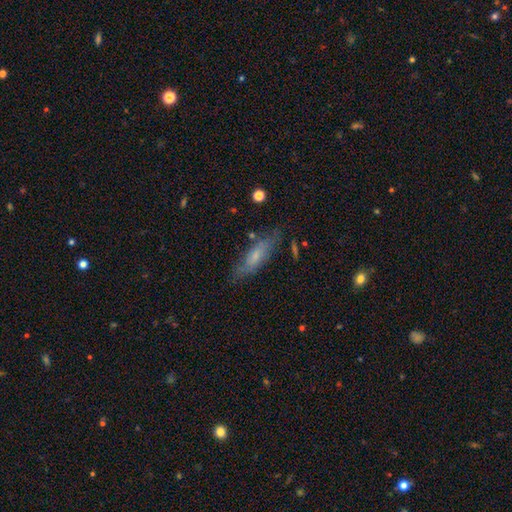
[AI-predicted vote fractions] Q: Smooth or featured?
A: smooth (55%); runner-up: featured or disk (37%)
Q: How rounded?
A: cigar-shaped (50%); runner-up: in between (47%)
Q: Merging?
A: none (72%); runner-up: minor disturbance (19%)